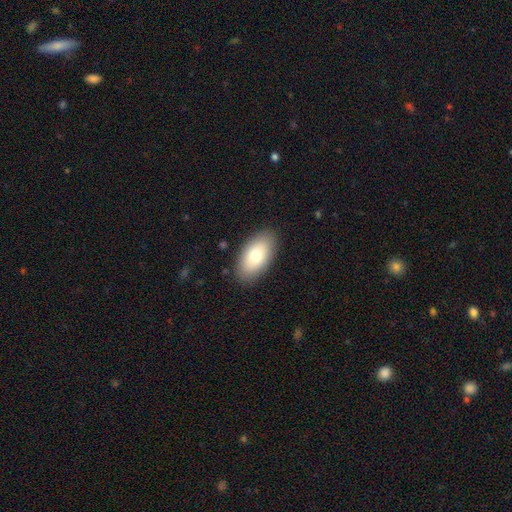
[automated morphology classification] Smooth or featured?
  - smooth: 77% *
  - featured or disk: 17%
  - star or artifact: 6%
How rounded?
  - in between: 94% *
  - round: 3%
  - cigar-shaped: 3%
Merging?
  - none: 87% *
  - minor disturbance: 10%
  - major disturbance: 2%
  - merger: 1%